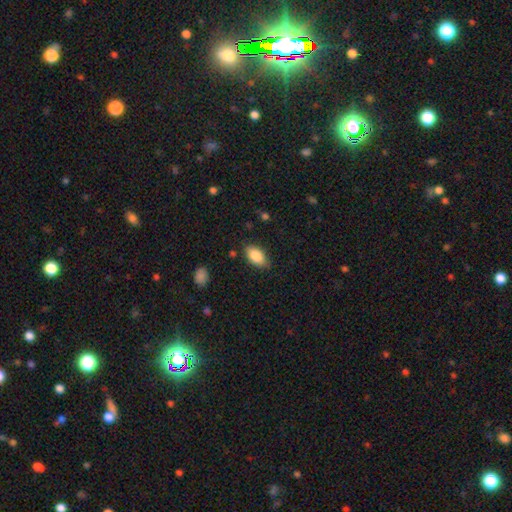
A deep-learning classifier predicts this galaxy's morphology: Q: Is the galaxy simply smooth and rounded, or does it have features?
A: smooth — 86%.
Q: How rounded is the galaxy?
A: in between — 93%.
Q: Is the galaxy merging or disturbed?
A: none — 83%.